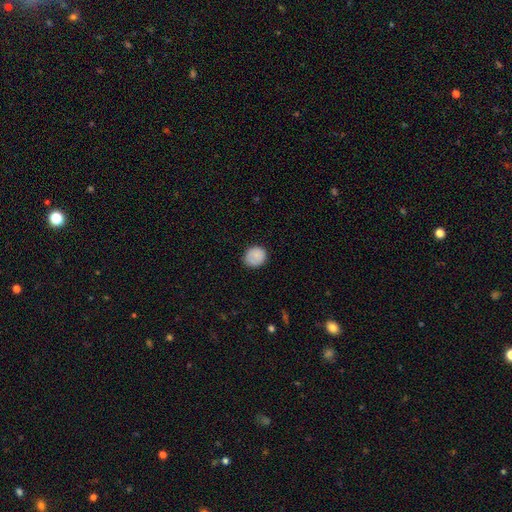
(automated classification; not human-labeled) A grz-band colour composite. It shows a smooth galaxy with no disk features (86%) that is round (81%). Merging: none (82%).